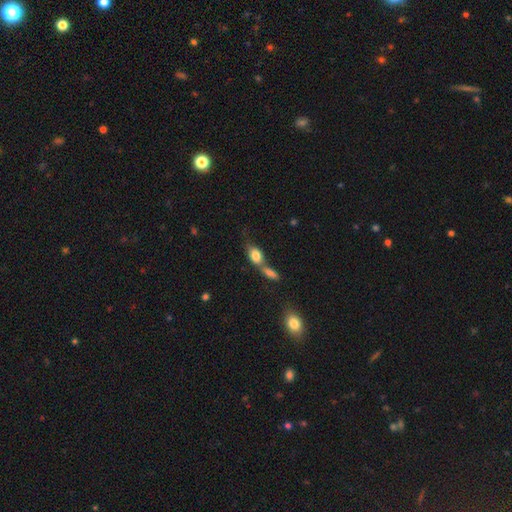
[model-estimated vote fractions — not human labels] Overall: smooth (77%). How rounded: in between (77%). Merging: merger (56%; none 27%).